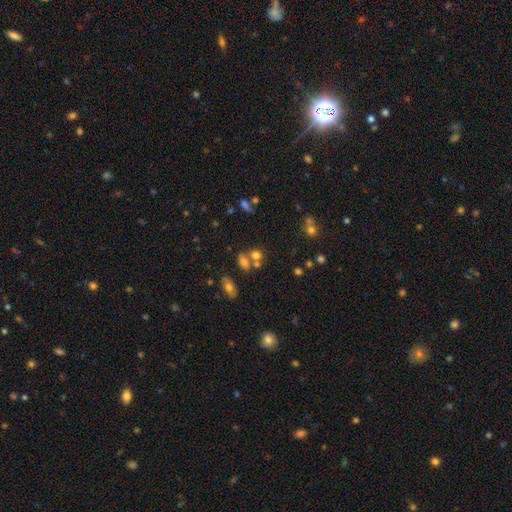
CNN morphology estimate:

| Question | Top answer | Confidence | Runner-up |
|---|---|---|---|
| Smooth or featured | smooth | 68% | star or artifact (18%) |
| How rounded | round | 65% | in between (33%) |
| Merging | none | 45% | merger (40%) |